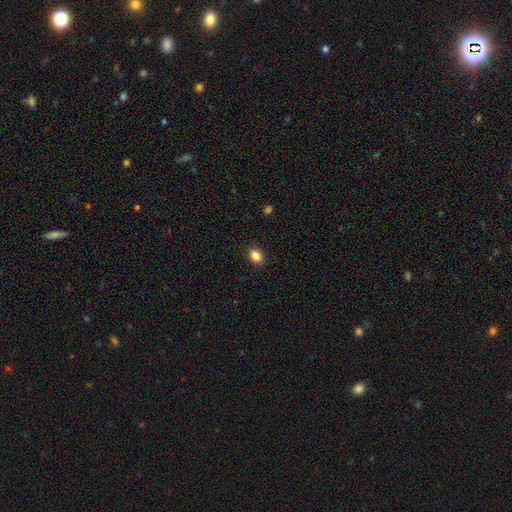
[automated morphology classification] Q: Smooth or featured?
A: smooth (86%); runner-up: star or artifact (10%)
Q: How rounded?
A: in between (62%); runner-up: round (37%)
Q: Merging?
A: none (89%); runner-up: minor disturbance (7%)